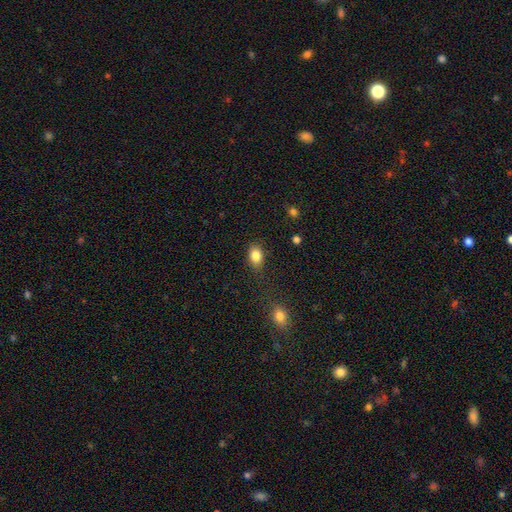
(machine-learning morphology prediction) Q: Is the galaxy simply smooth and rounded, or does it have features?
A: smooth — 84%.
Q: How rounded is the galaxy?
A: in between — 77%.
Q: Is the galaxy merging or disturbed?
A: none — 78%.